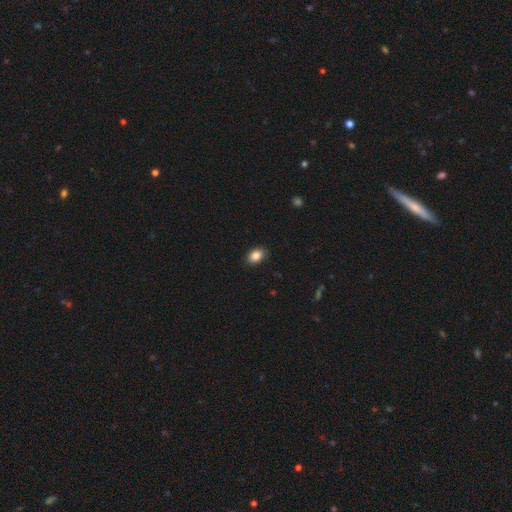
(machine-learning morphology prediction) type=smooth (86%); roundness=in between (76%); merging=none (87%).